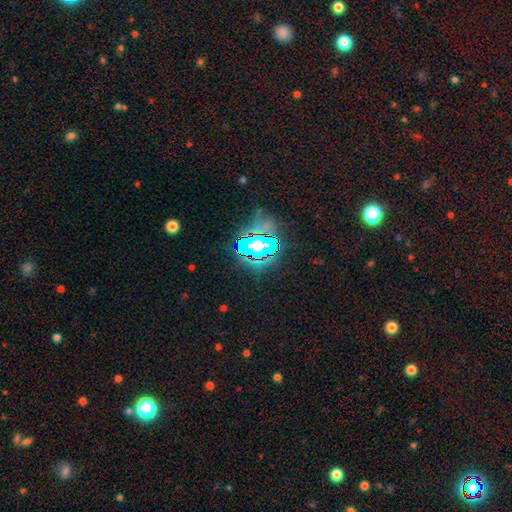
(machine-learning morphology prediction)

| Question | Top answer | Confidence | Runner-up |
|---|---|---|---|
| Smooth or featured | star or artifact | 73% | smooth (15%) |